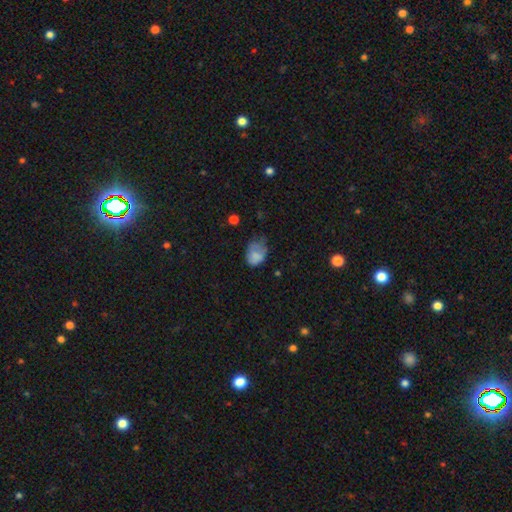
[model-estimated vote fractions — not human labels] Morphology: type=smooth (74%); roundness=in between (72%); merging=minor disturbance (41%).